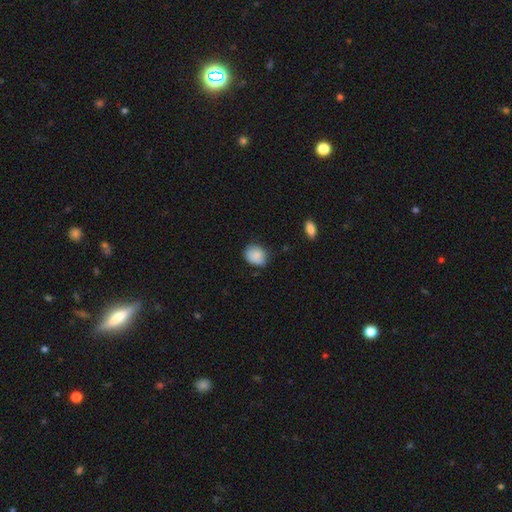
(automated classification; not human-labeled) Smooth or featured?
  - smooth: 85% *
  - star or artifact: 8%
  - featured or disk: 7%
How rounded?
  - round: 54% *
  - in between: 45%
  - cigar-shaped: 1%
Merging?
  - none: 67% *
  - minor disturbance: 27%
  - major disturbance: 4%
  - merger: 2%